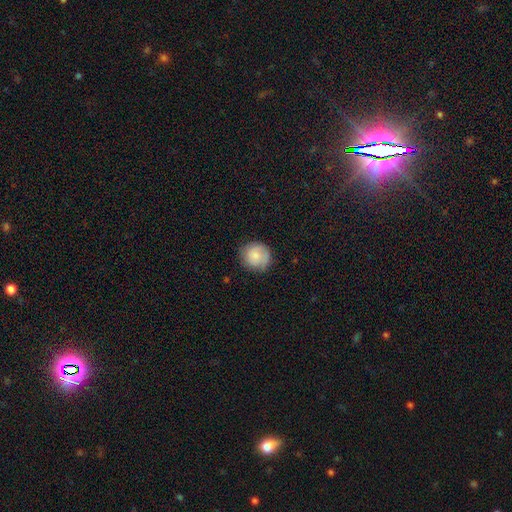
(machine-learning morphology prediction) The model was most divided on "smooth or featured": smooth: 77%, featured or disk: 16%, star or artifact: 7%. More confident: how rounded — round (89%); merging — none (78%).